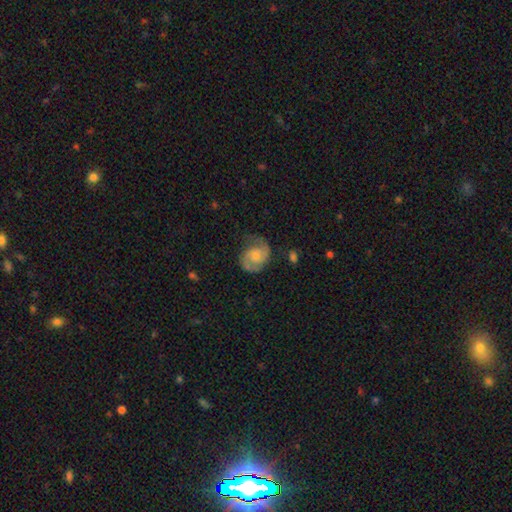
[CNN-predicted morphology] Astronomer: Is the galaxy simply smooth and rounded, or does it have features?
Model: featured or disk — 71%.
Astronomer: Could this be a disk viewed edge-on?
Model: no — 98%.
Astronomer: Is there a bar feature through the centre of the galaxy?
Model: no — 67%.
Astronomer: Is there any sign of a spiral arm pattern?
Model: yes — 93%.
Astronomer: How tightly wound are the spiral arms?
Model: medium — 50% (runner-up: tight, 30%).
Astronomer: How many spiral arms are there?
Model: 2 — 87%.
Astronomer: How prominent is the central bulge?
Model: small — 32% (runner-up: moderate, 30%).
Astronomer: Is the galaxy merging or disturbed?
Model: none — 64%.